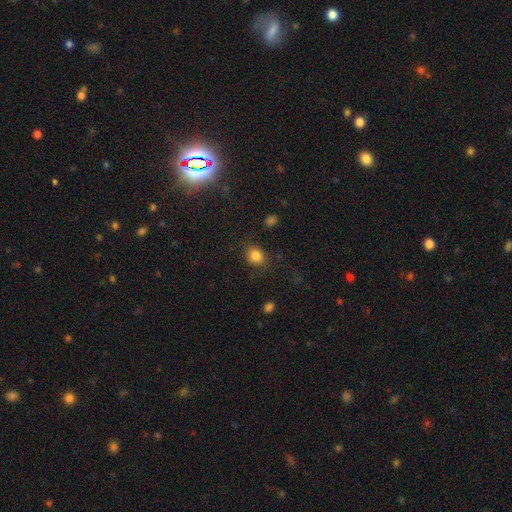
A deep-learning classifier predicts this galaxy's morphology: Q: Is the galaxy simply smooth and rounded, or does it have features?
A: smooth — 83%.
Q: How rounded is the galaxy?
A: round — 56%.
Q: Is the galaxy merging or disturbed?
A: none — 80%.